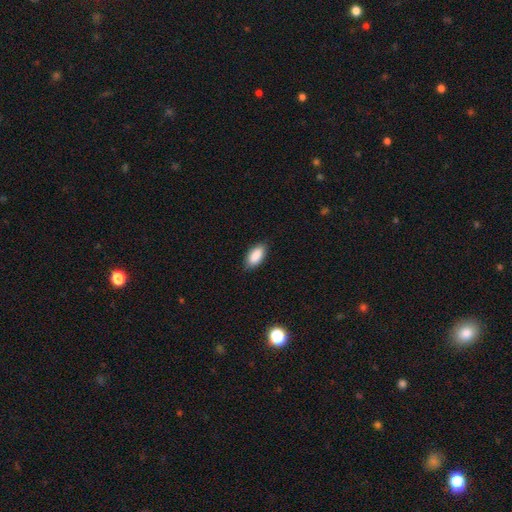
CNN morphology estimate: Q: Smooth or featured?
A: smooth (89%); runner-up: star or artifact (7%)
Q: How rounded?
A: in between (93%); runner-up: cigar-shaped (5%)
Q: Merging?
A: none (84%); runner-up: minor disturbance (13%)